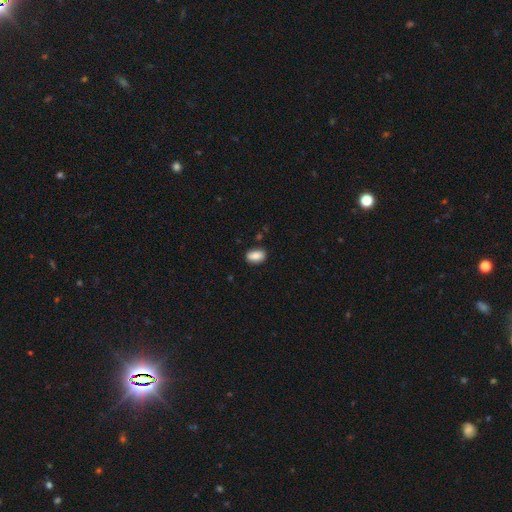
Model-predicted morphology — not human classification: Overall: smooth (86%). How rounded: in between (89%). Merging: none (86%).